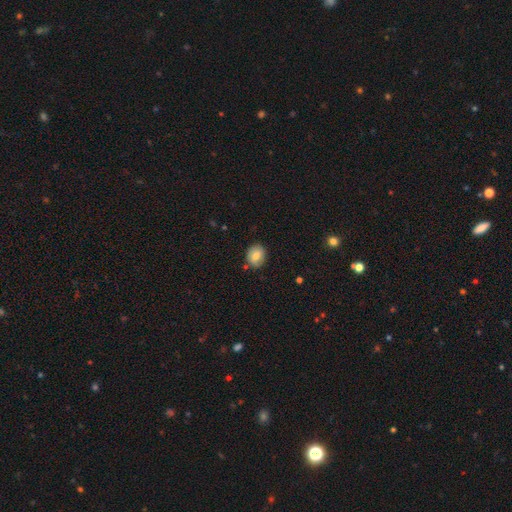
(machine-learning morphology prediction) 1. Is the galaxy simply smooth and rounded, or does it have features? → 75% smooth, 16% featured or disk, 9% star or artifact.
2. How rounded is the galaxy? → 57% round, 42% in between, 1% cigar-shaped.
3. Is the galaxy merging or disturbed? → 81% none, 14% minor disturbance, 3% major disturbance, 2% merger.